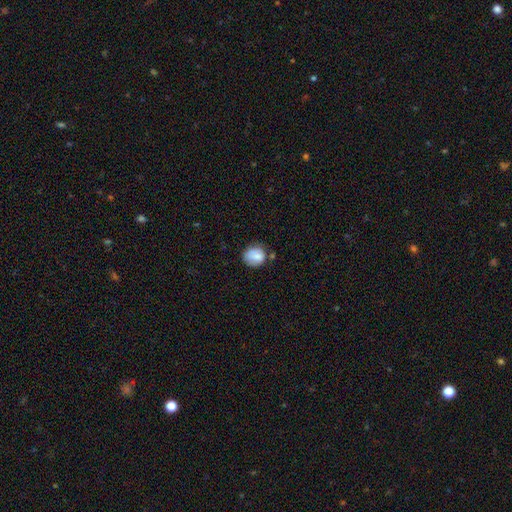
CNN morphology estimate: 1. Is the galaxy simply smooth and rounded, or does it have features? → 79% smooth, 12% featured or disk, 8% star or artifact.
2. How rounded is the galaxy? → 76% round, 23% in between, 1% cigar-shaped.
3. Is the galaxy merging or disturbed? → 66% none, 22% minor disturbance, 7% merger, 6% major disturbance.